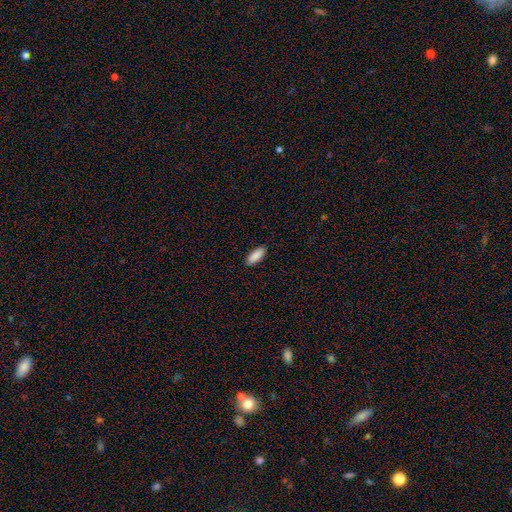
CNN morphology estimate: smooth-or-featured: smooth: 90% | star or artifact: 6% | featured or disk: 4%
  how-rounded: in between: 75% | cigar-shaped: 23% | round: 2%
  merging: none: 89% | minor disturbance: 8% | major disturbance: 2% | merger: 1%